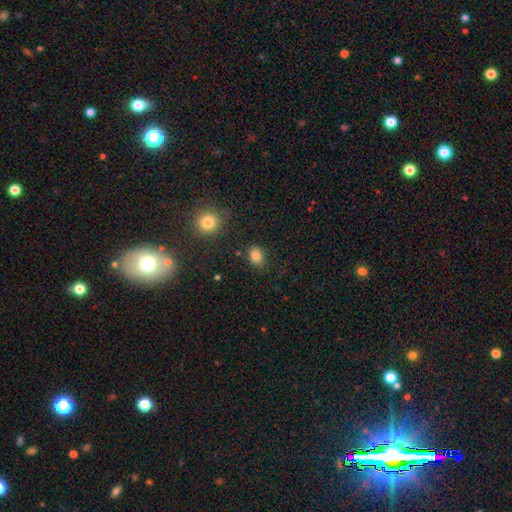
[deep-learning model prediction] Smooth or featured? Predicted: smooth (p=0.83). How rounded? Predicted: round (p=0.57). Merging? Predicted: none (p=0.83).